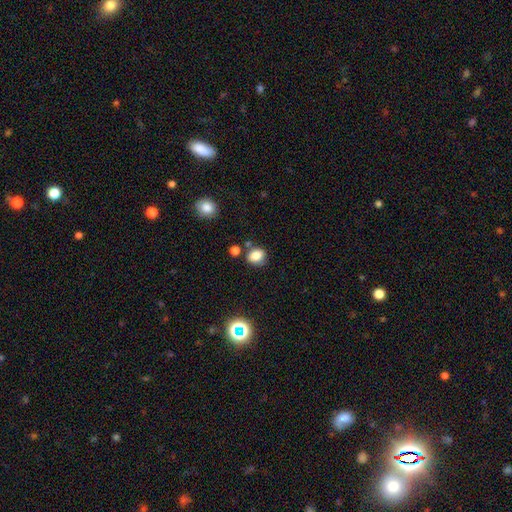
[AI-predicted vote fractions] smooth-or-featured: smooth: 79% | star or artifact: 13% | featured or disk: 9%
  how-rounded: in between: 56% | round: 43% | cigar-shaped: 1%
  merging: none: 69% | minor disturbance: 16% | merger: 11% | major disturbance: 4%